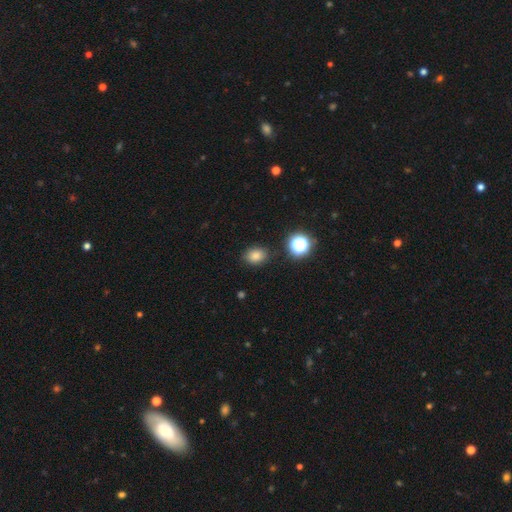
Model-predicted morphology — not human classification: type=smooth (80%); roundness=in between (60%); merging=none (83%).